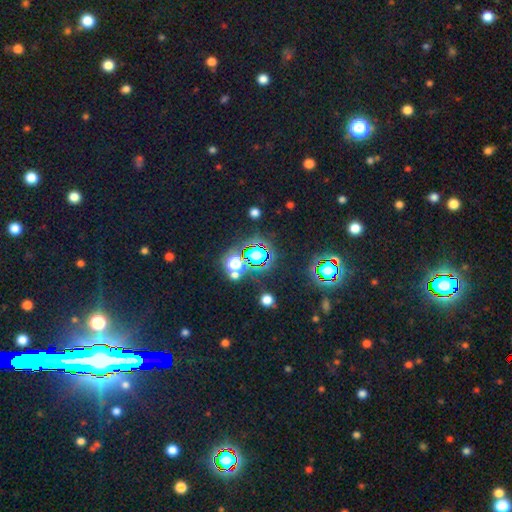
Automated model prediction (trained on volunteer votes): smooth-or-featured: star or artifact: 67% | smooth: 23% | featured or disk: 10%